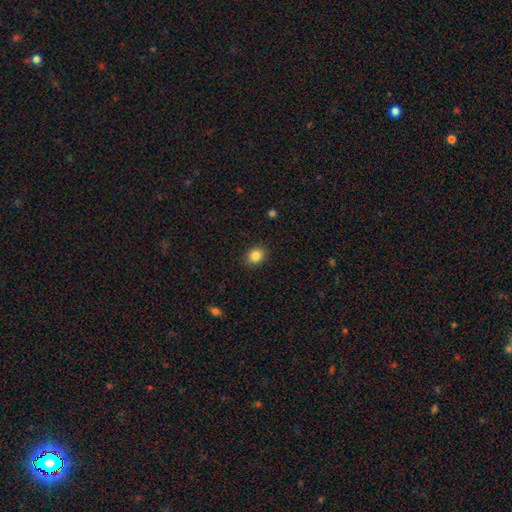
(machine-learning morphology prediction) Smooth or featured? Predicted: smooth (p=0.85). How rounded? Predicted: round (p=0.56). Merging? Predicted: none (p=0.90).